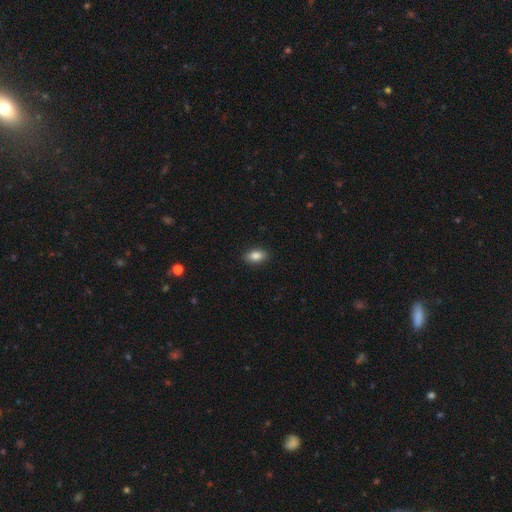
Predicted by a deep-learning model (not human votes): smooth-or-featured: smooth: 87% | star or artifact: 8% | featured or disk: 5%
  how-rounded: in between: 89% | round: 8% | cigar-shaped: 3%
  merging: none: 88% | minor disturbance: 9% | major disturbance: 2% | merger: 1%